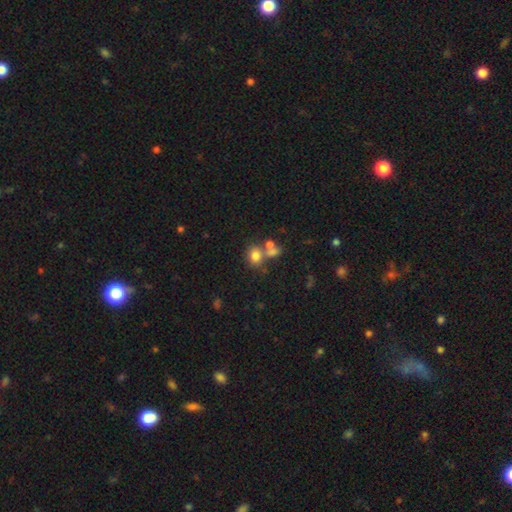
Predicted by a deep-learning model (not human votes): A smooth galaxy with no disk features (75%) that is round (56%). Merging: none (50%).